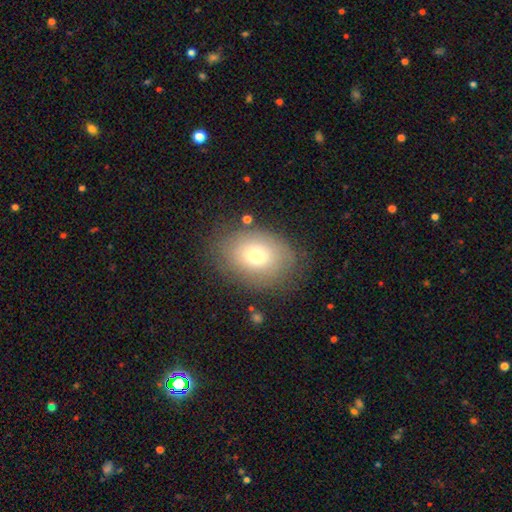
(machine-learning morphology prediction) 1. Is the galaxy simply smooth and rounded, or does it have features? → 68% smooth, 21% featured or disk, 11% star or artifact.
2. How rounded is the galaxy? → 68% in between, 31% round, 1% cigar-shaped.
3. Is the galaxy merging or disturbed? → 78% none, 15% minor disturbance, 5% major disturbance, 2% merger.